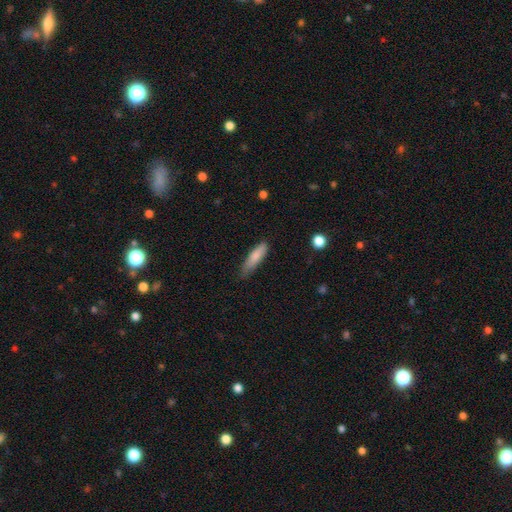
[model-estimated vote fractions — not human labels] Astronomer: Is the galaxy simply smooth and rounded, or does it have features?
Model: smooth — 82%.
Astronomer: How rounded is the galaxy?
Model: cigar-shaped — 69%.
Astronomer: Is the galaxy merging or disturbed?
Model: none — 66%.